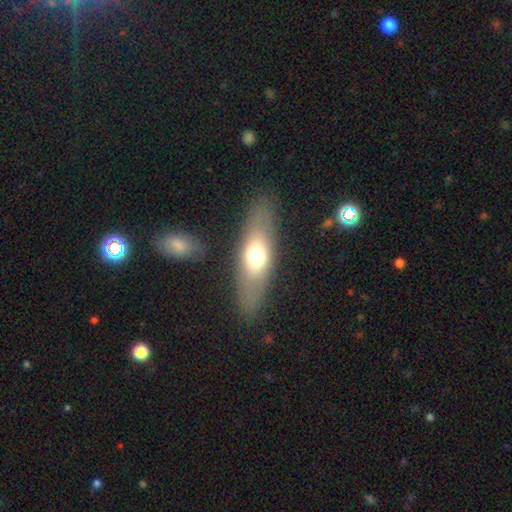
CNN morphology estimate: type=smooth (61%); roundness=in between (54%); merging=none (83%).